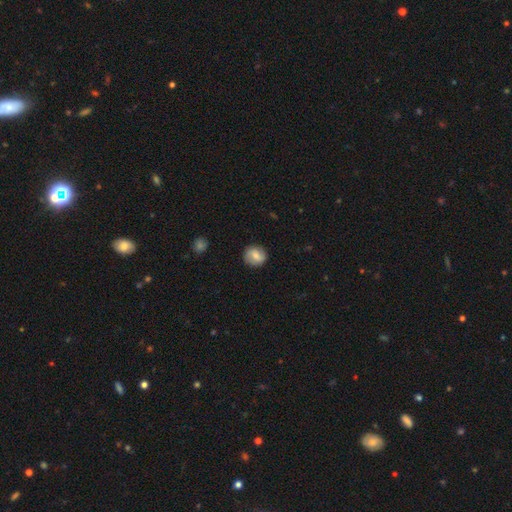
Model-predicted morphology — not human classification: type=smooth (73%); roundness=round (82%); merging=none (85%).